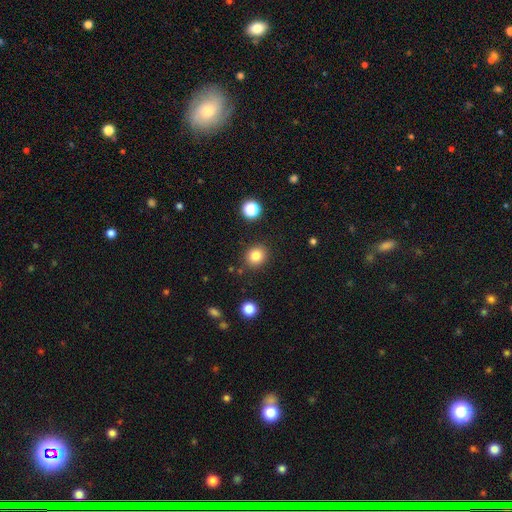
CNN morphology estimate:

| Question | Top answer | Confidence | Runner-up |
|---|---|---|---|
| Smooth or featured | smooth | 83% | star or artifact (11%) |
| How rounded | round | 74% | in between (25%) |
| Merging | none | 86% | minor disturbance (8%) |